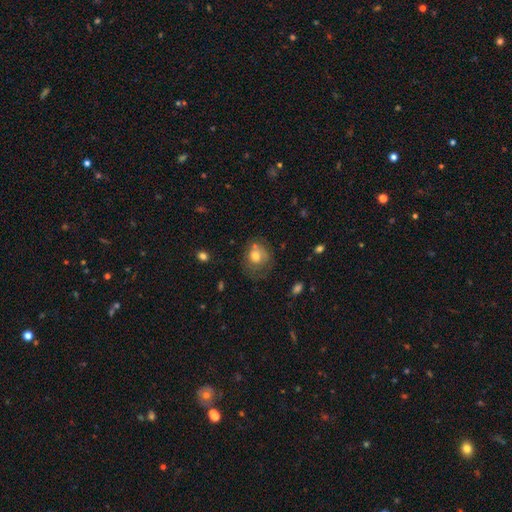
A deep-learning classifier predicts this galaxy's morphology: Q: Smooth or featured?
A: smooth (68%); runner-up: featured or disk (23%)
Q: How rounded?
A: round (69%); runner-up: in between (30%)
Q: Merging?
A: none (50%); runner-up: minor disturbance (25%)